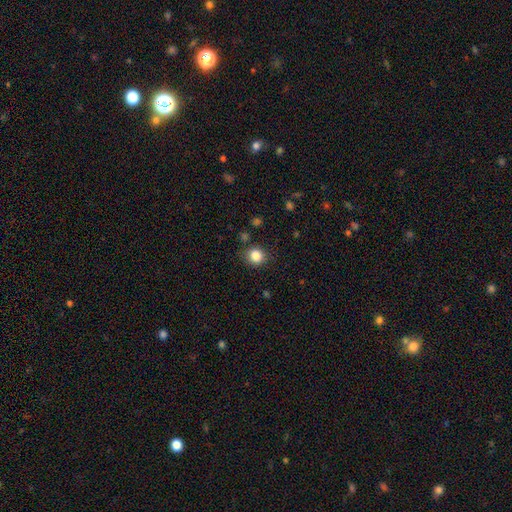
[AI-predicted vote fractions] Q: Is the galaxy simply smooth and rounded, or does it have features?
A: smooth — 85%.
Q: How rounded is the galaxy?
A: round — 84%.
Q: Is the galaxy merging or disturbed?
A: none — 82%.